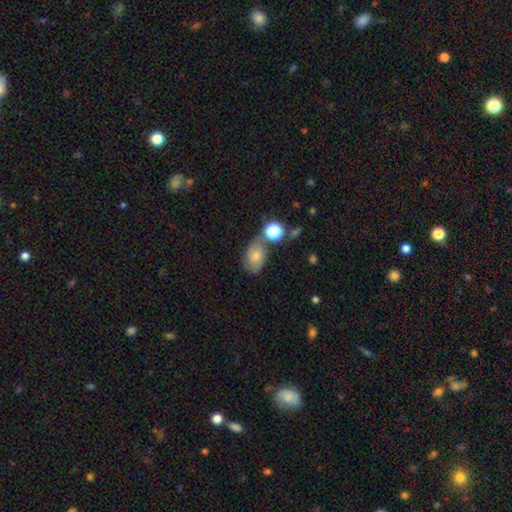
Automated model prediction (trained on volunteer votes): Smooth or featured?
  - smooth: 62% *
  - featured or disk: 26%
  - star or artifact: 11%
How rounded?
  - in between: 75% *
  - round: 24%
  - cigar-shaped: 1%
Merging?
  - none: 49% *
  - minor disturbance: 21%
  - merger: 21%
  - major disturbance: 9%